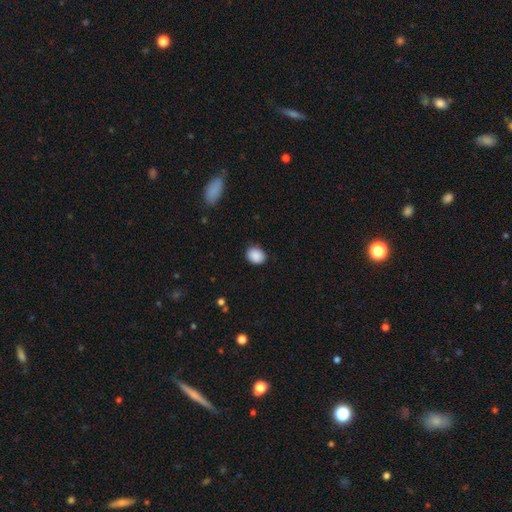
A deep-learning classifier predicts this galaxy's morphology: Smooth or featured: smooth — 89% (star or artifact — 8%)
How rounded: round — 51% (in between — 48%)
Merging: none — 85% (minor disturbance — 12%)